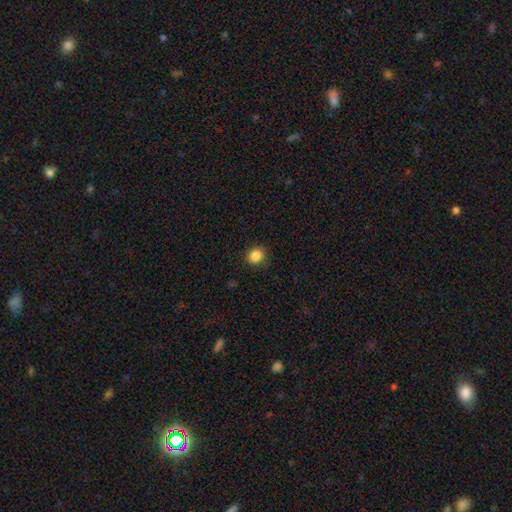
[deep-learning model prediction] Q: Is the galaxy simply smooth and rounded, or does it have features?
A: smooth — 86%.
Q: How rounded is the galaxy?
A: round — 78%.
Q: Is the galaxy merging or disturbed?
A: none — 89%.